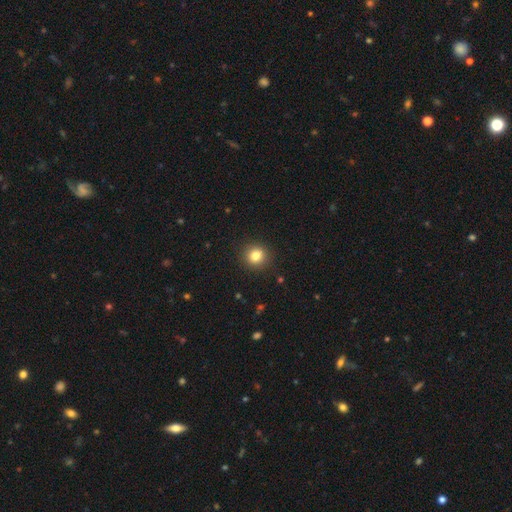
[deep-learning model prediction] smooth-or-featured: smooth: 82% | star or artifact: 12% | featured or disk: 6%
  how-rounded: round: 89% | in between: 10% | cigar-shaped: 1%
  merging: none: 91% | minor disturbance: 6% | major disturbance: 2% | merger: 1%